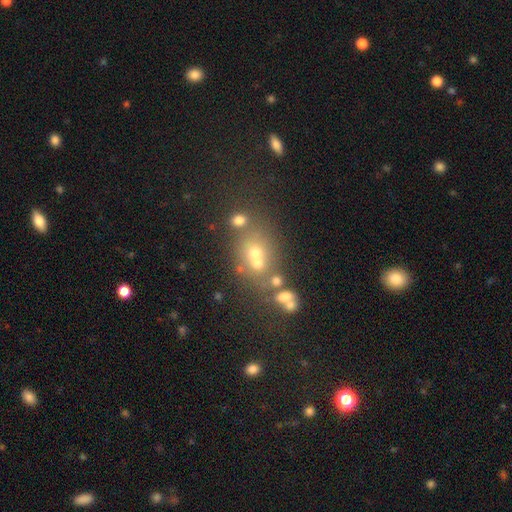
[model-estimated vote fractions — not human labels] The model was most divided on "smooth or featured": smooth: 46%, star or artifact: 34%, featured or disk: 20%. Remaining: merging — none (49%).